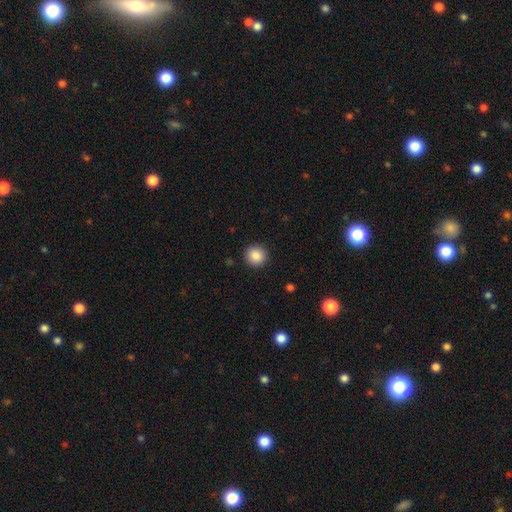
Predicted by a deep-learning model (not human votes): A smooth galaxy with no disk features (88%) that is round (93%). Merging: none (91%).